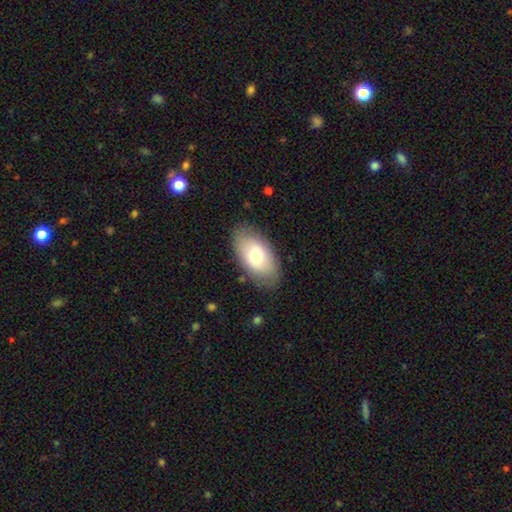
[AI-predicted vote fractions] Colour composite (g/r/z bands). It shows a smooth galaxy with no disk features (72%) that is in between round and cigar-shaped (94%). Merging: none (82%).